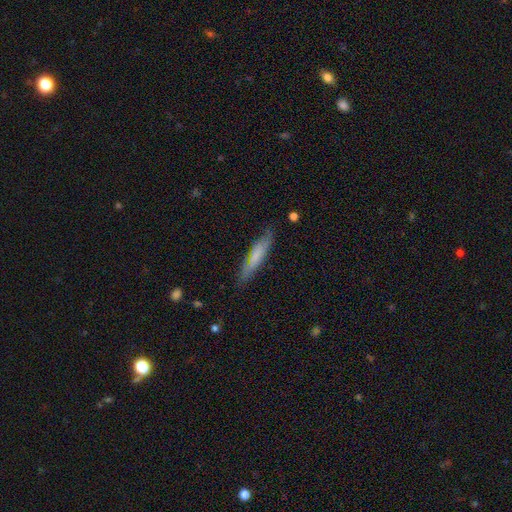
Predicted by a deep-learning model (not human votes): Overall: smooth (61%; featured or disk 32%). How rounded: cigar-shaped (84%). Merging: none (78%).